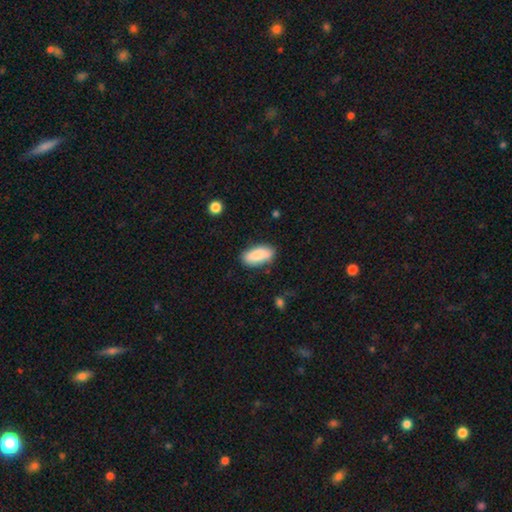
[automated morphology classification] Smooth or featured? Predicted: smooth (p=0.85). How rounded? Predicted: in between (p=0.88). Merging? Predicted: none (p=0.80).